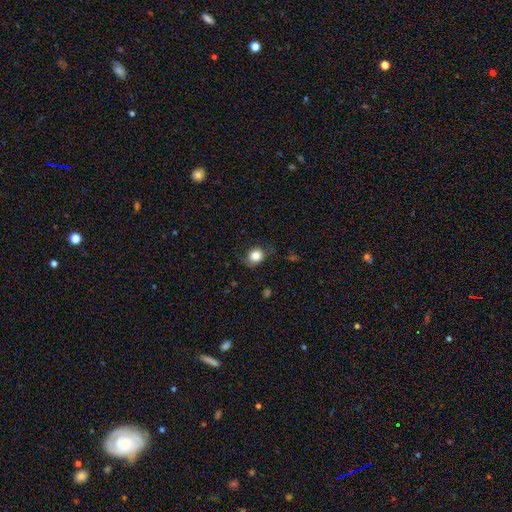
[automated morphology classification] A smooth galaxy with no disk features (81%) that is round (65%). Merging: none (70%).